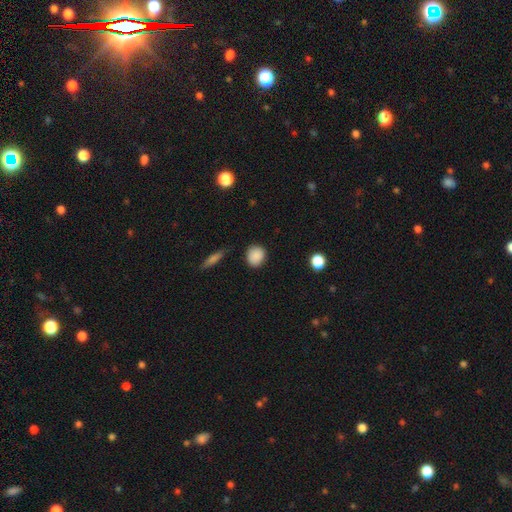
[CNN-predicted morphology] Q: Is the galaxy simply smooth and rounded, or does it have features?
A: smooth — 88%.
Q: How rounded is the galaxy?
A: round — 80%.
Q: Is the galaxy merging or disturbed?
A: none — 86%.